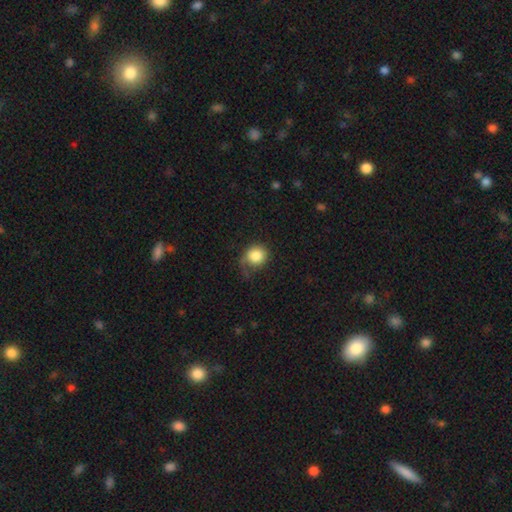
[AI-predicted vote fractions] Q: Smooth or featured?
A: smooth (81%); runner-up: featured or disk (12%)
Q: How rounded?
A: round (75%); runner-up: in between (24%)
Q: Merging?
A: none (42%); runner-up: minor disturbance (31%)